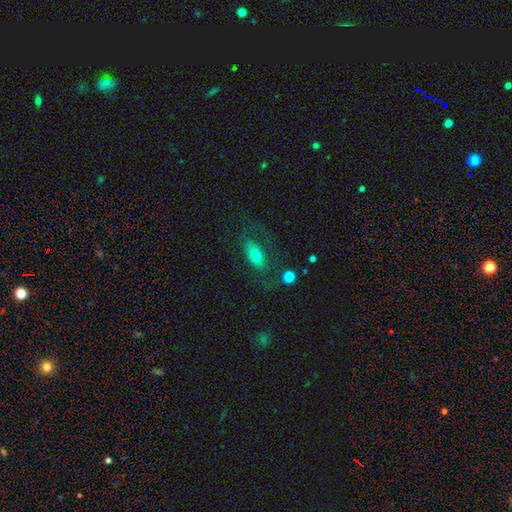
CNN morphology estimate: smooth_or_featured: smooth (p=0.65) [alt: featured or disk p=0.25]
how_rounded: in between (p=0.85) [alt: cigar-shaped p=0.09]
merging: none (p=0.62) [alt: minor disturbance p=0.18]